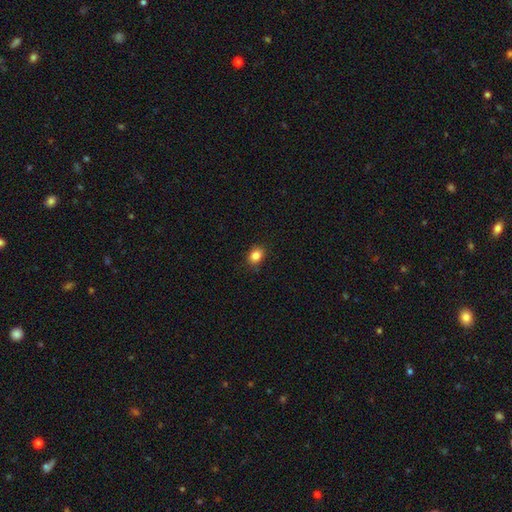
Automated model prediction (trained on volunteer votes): Q: Smooth or featured?
A: smooth (85%); runner-up: star or artifact (10%)
Q: How rounded?
A: in between (55%); runner-up: round (44%)
Q: Merging?
A: none (86%); runner-up: minor disturbance (11%)